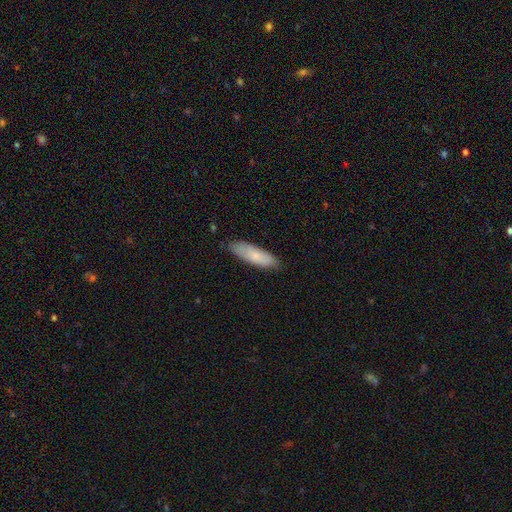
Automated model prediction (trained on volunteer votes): This is likely a smooth galaxy (77%). How rounded: possibly cigar-shaped (52%). Merging: clearly none (81%).